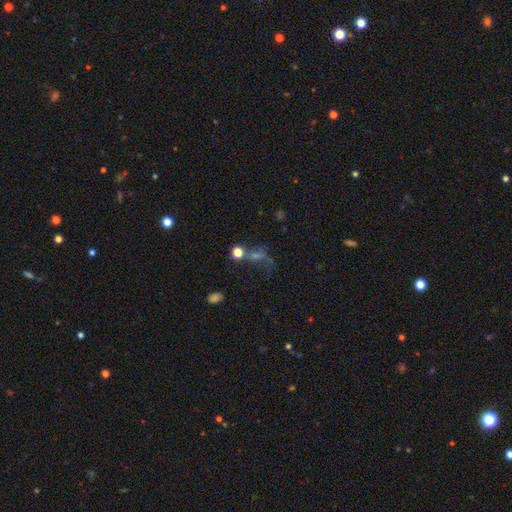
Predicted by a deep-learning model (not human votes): Morphology: type=star or artifact (39%).